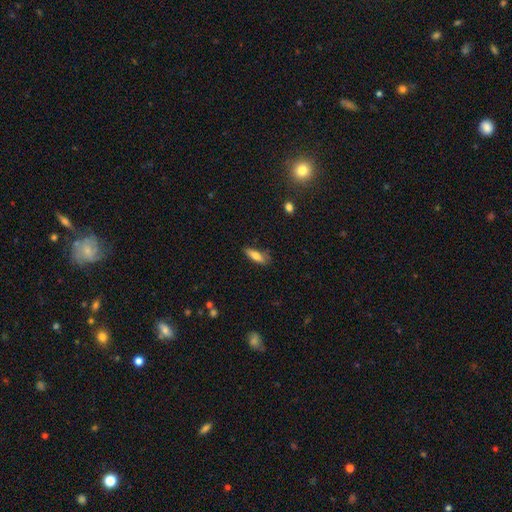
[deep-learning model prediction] smooth-or-featured: smooth: 75% | featured or disk: 18% | star or artifact: 7%
  how-rounded: cigar-shaped: 49% (tied) | in between: 49% (tied) | round: 2%
  merging: none: 73% | minor disturbance: 21% | major disturbance: 4% | merger: 2%